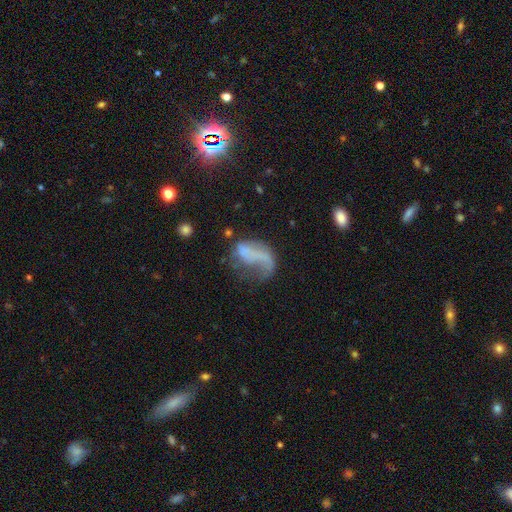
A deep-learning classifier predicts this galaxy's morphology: Smooth or featured: featured or disk — 54% (smooth — 29%)
Edge-on disk: no — 96% (yes — 4%)
Bar: no — 71% (weak — 20%)
Spiral arms: yes — 59% (no — 41%)
Bulge size: none — 75% (small — 14%)
Merging: major disturbance — 43% (none — 30%)